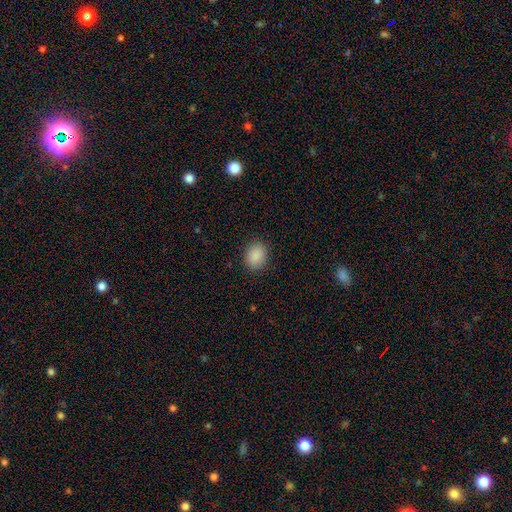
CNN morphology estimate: type=smooth (89%); roundness=in between (55%); merging=none (88%).